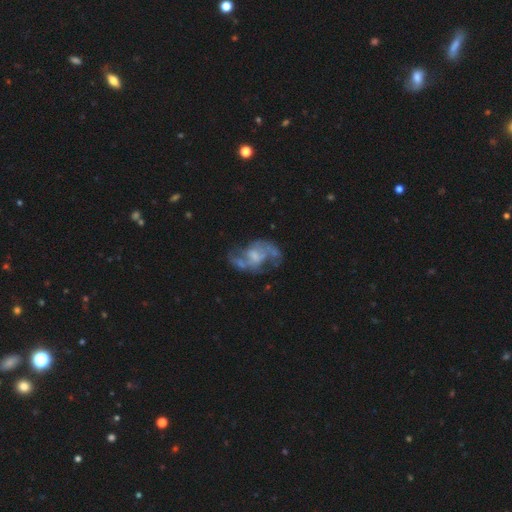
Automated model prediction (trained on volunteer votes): This appears to be a featured or disk galaxy (77%) with a weak bar (44%), 2 (74%) loose (47%) spiral arms (73%) and no central bulge (31%). Merging: none (46%).